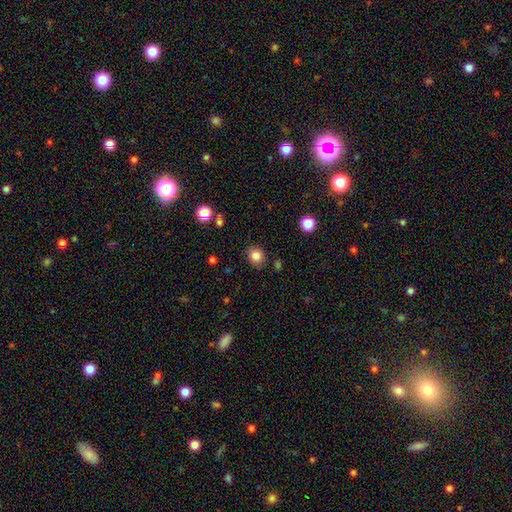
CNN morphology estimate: type=smooth (84%); roundness=round (72%); merging=none (85%).